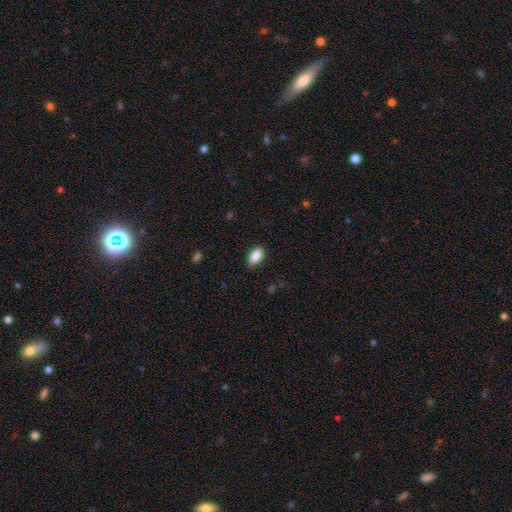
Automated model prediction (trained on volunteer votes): smooth 88%, star or artifact 7%, featured or disk 5%. Down the decision tree: how rounded — in between (92%); merging — none (84%).